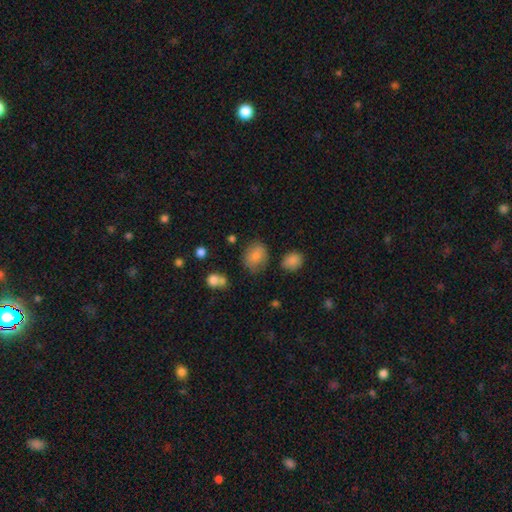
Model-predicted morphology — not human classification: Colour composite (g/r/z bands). It shows a smooth galaxy with no disk features (79%) that is round (50%). Merging: none (70%).